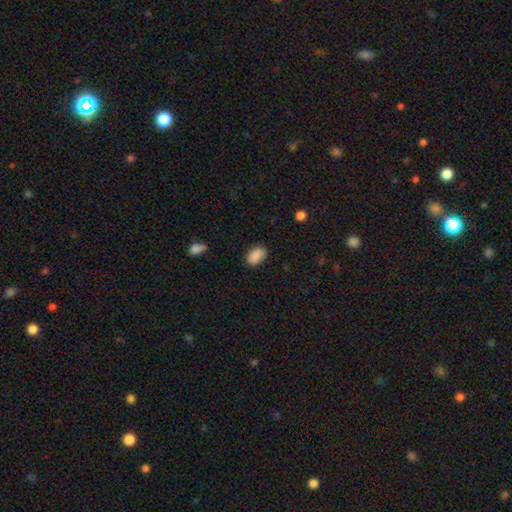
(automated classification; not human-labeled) smooth-or-featured: smooth: 90% | star or artifact: 7% | featured or disk: 3%
  how-rounded: in between: 92% | round: 7% | cigar-shaped: 1%
  merging: none: 85% | minor disturbance: 11% | major disturbance: 3% | merger: 1%